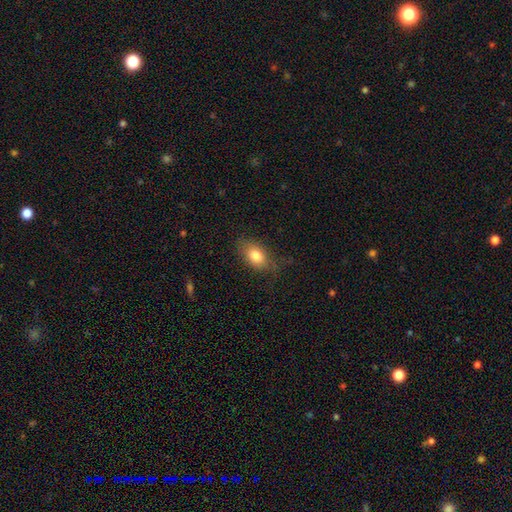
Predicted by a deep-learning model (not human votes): smooth-or-featured: smooth: 80% | featured or disk: 12% | star or artifact: 8%
  how-rounded: in between: 84% | round: 14% | cigar-shaped: 3%
  merging: none: 68% | minor disturbance: 22% | major disturbance: 8% | merger: 1%